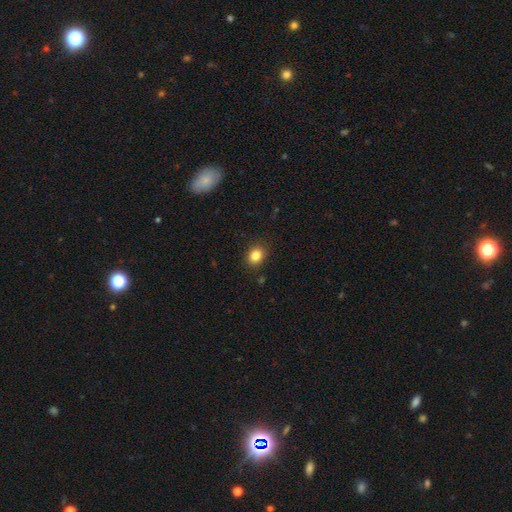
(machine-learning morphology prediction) A smooth galaxy with no disk features (84%) that is round (51%).

Vote fractions:
- Smooth or featured? smooth: 84% / star or artifact: 10% / featured or disk: 5%
- How rounded? round: 51% / in between: 48% / cigar-shaped: 1%
- Merging? none: 88% / minor disturbance: 8% / major disturbance: 2% / merger: 1%